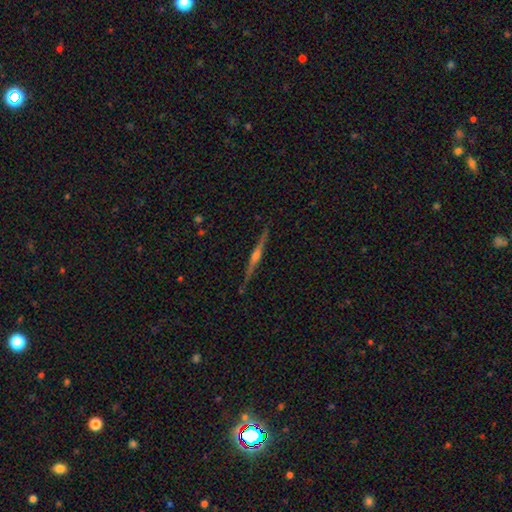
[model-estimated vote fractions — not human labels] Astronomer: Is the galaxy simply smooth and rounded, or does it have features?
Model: featured or disk — 80%.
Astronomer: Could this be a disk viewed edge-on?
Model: yes — 98%.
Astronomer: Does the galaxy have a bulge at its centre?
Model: rounded — 78%.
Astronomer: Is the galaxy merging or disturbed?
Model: none — 89%.